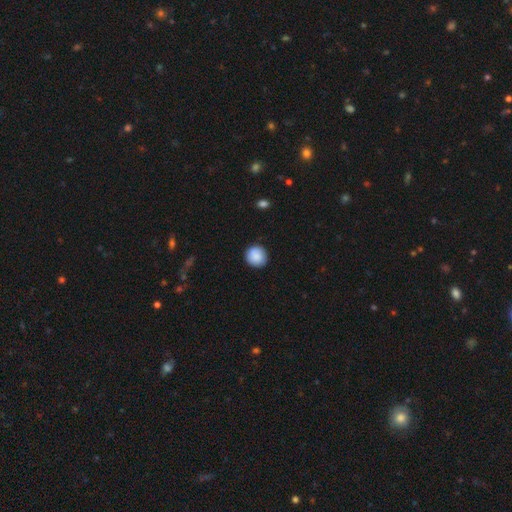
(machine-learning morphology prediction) Q: Smooth or featured?
A: smooth (89%); runner-up: star or artifact (7%)
Q: How rounded?
A: round (92%); runner-up: in between (8%)
Q: Merging?
A: none (89%); runner-up: minor disturbance (8%)